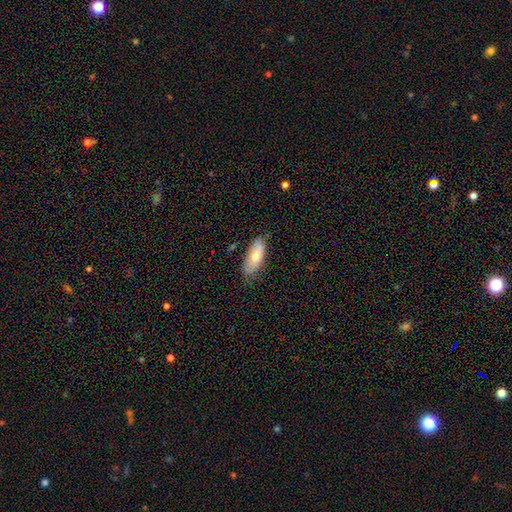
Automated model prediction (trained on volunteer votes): Smooth or featured: smooth — 70% (featured or disk — 24%)
How rounded: in between — 84% (cigar-shaped — 14%)
Merging: none — 71% (minor disturbance — 23%)